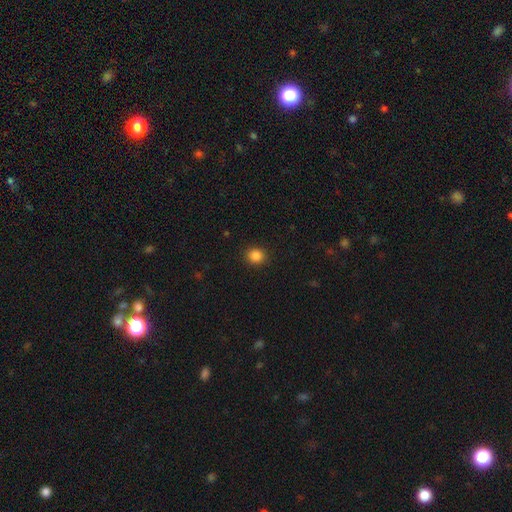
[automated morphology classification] Smooth or featured? smooth (86%)
How rounded? round (84%)
Merging? none (91%)